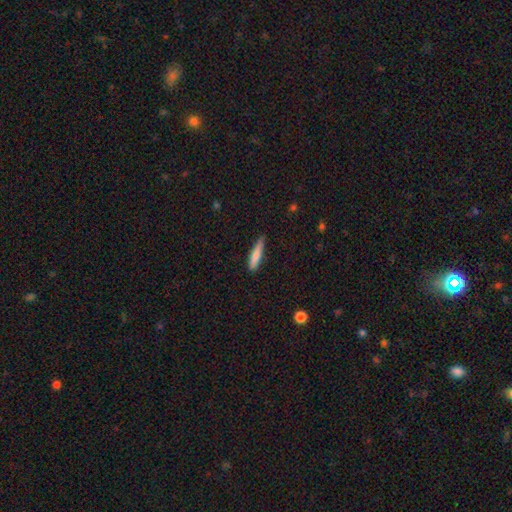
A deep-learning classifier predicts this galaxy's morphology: A smooth galaxy with no disk features (76%) that is cigar-shaped (84%).

Vote fractions:
- Smooth or featured? smooth: 76% / featured or disk: 18% / star or artifact: 6%
- How rounded? cigar-shaped: 84% / in between: 14% / round: 2%
- Merging? none: 75% / minor disturbance: 21% / major disturbance: 3% / merger: 1%